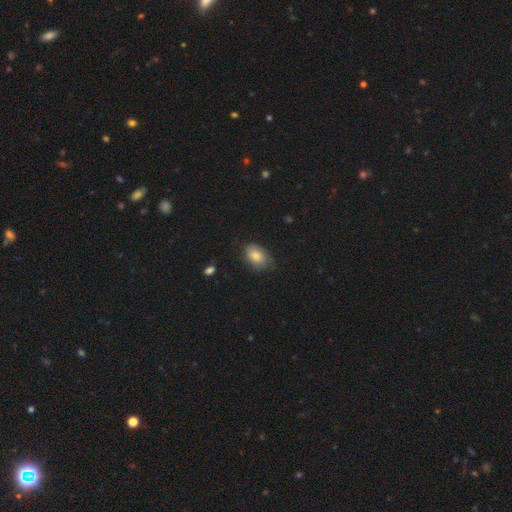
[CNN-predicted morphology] A smooth galaxy with no disk features (76%) that is in between round and cigar-shaped (82%).

Vote fractions:
- Smooth or featured? smooth: 76% / featured or disk: 16% / star or artifact: 8%
- How rounded? in between: 82% / round: 17% / cigar-shaped: 1%
- Merging? none: 69% / minor disturbance: 24% / major disturbance: 5% / merger: 1%